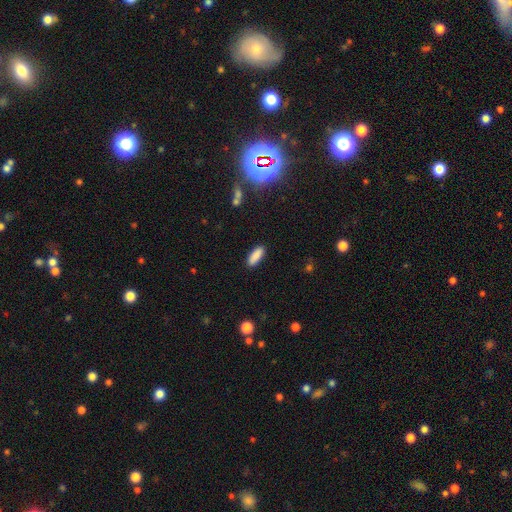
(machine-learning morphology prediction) Q: Smooth or featured?
A: smooth (88%); runner-up: star or artifact (7%)
Q: How rounded?
A: in between (69%); runner-up: cigar-shaped (30%)
Q: Merging?
A: none (89%); runner-up: minor disturbance (8%)